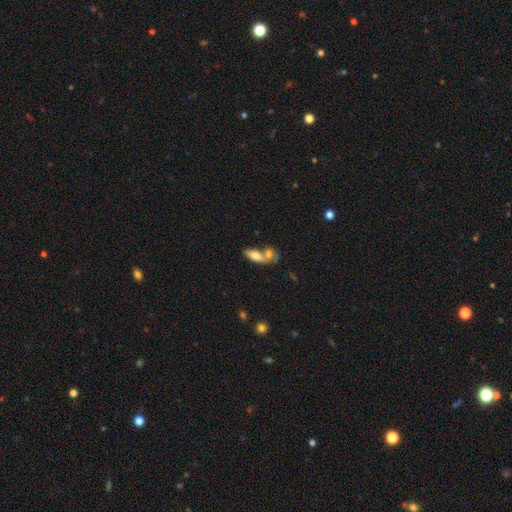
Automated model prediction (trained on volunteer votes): Morphology: type=smooth (71%); roundness=in between (73%); merging=merger (56%).